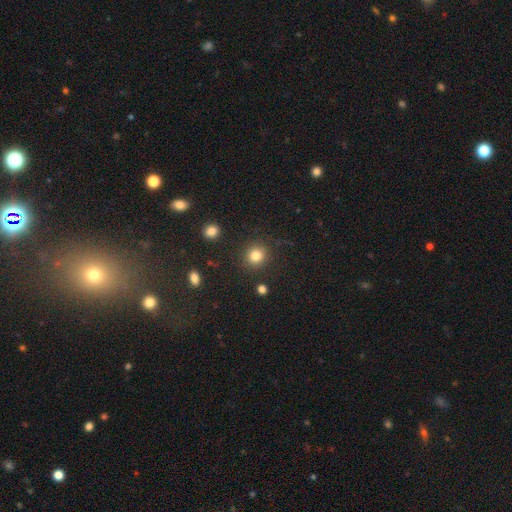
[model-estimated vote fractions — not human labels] Morphology: type=smooth (83%); roundness=round (87%); merging=none (88%).